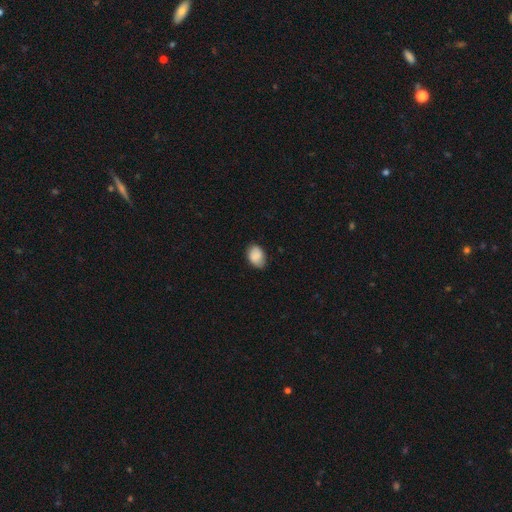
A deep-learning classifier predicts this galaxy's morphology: Smooth or featured: smooth — 86% (featured or disk — 7%)
How rounded: in between — 77% (round — 22%)
Merging: none — 75% (minor disturbance — 20%)